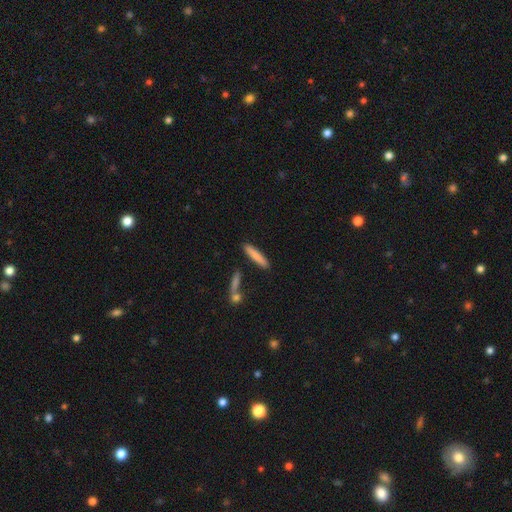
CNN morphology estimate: Smooth or featured? Predicted: smooth (p=0.79). How rounded? Predicted: cigar-shaped (p=0.89). Merging? Predicted: none (p=0.84).